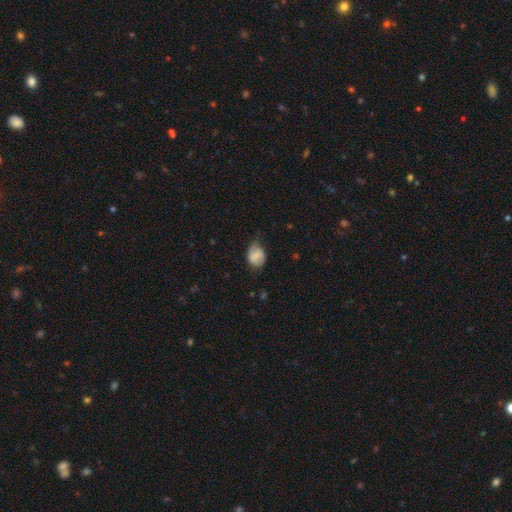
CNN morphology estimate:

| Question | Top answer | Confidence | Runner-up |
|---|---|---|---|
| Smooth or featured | smooth | 69% | featured or disk (23%) |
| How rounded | in between | 62% | round (37%) |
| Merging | none | 53% | minor disturbance (35%) |